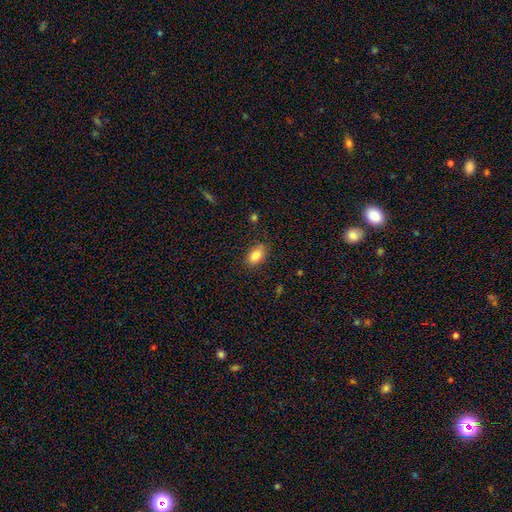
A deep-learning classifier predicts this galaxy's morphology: Overall: smooth (84%). How rounded: in between (88%). Merging: none (82%).